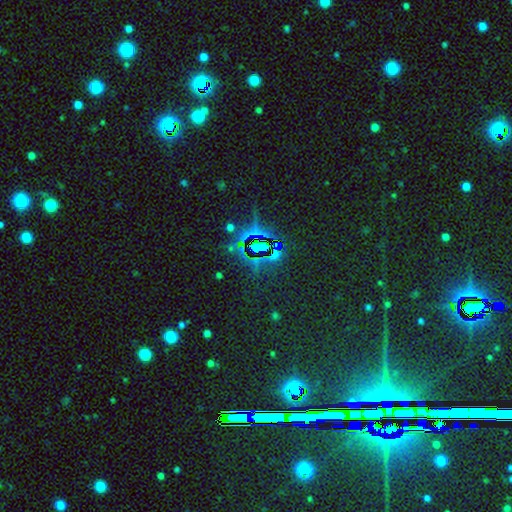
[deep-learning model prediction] star or artifact 80%, smooth 11%, featured or disk 9%.